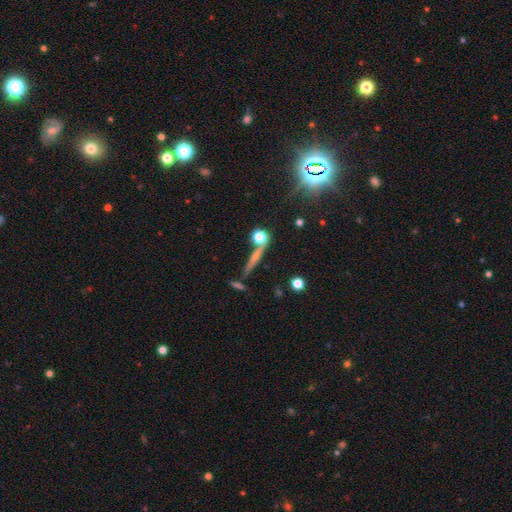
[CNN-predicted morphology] smooth-or-featured: star or artifact: 46% | featured or disk: 30% | smooth: 24%